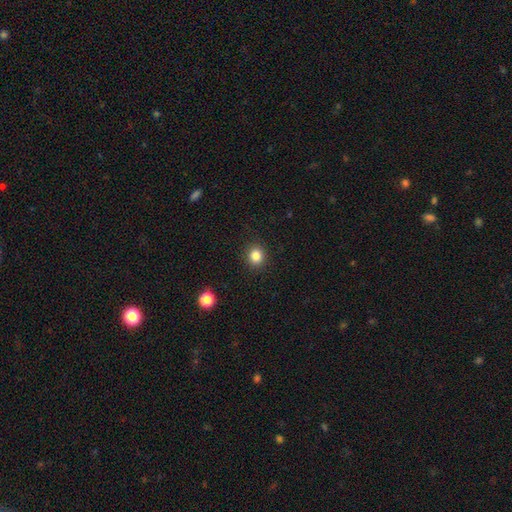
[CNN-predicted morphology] A smooth galaxy with no disk features (84%) that is round (83%).

Vote fractions:
- Smooth or featured? smooth: 84% / star or artifact: 12% / featured or disk: 4%
- How rounded? round: 83% / in between: 16% / cigar-shaped: 1%
- Merging? none: 91% / minor disturbance: 6% / major disturbance: 2% / merger: 1%